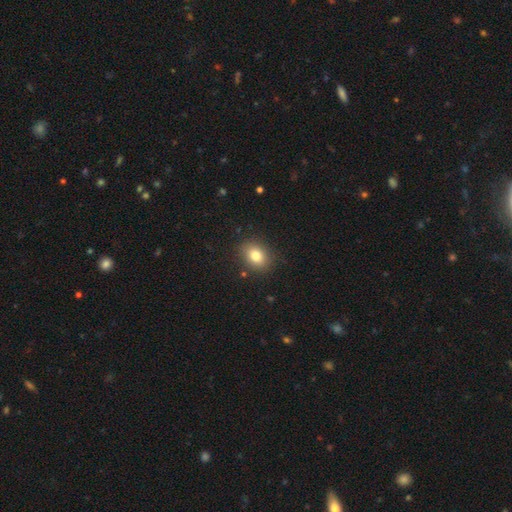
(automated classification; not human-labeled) Smooth or featured? smooth (80%)
How rounded? in between (52%)
Merging? none (87%)